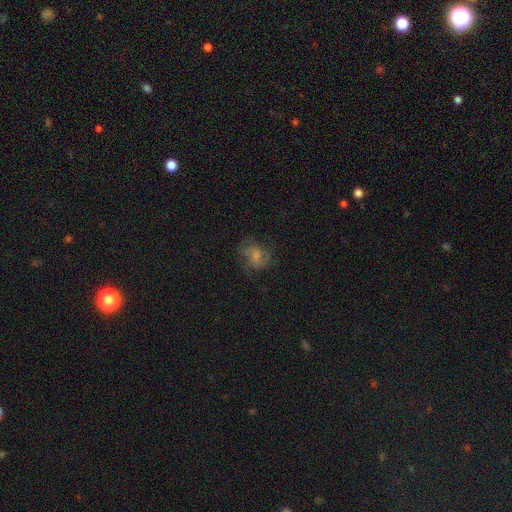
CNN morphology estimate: Smooth or featured?
  - featured or disk: 50% *
  - smooth: 38%
  - star or artifact: 12%
Edge-on disk?
  - no: 97% *
  - yes: 3%
Merging?
  - none: 56% *
  - minor disturbance: 21%
  - major disturbance: 21%
  - merger: 2%